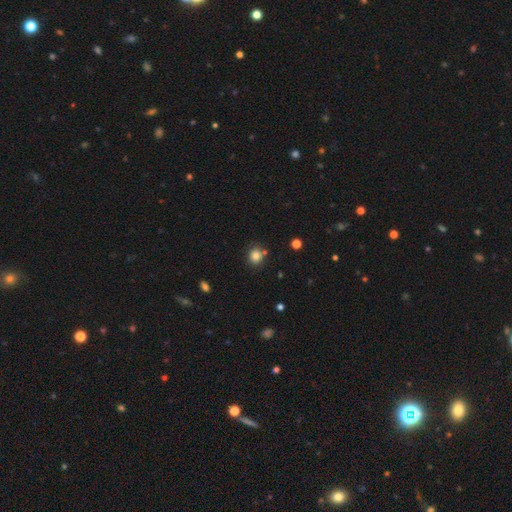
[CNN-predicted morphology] A smooth galaxy with no disk features (82%) that is round (77%).

Vote fractions:
- Smooth or featured? smooth: 82% / star or artifact: 12% / featured or disk: 6%
- How rounded? round: 77% / in between: 22% / cigar-shaped: 1%
- Merging? none: 78% / minor disturbance: 11% / merger: 9% / major disturbance: 3%